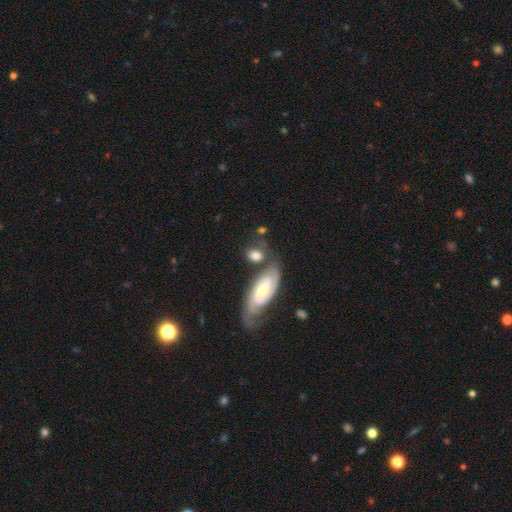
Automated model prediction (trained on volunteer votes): Smooth or featured: smooth — 63% (featured or disk — 30%)
How rounded: in between — 57% (round — 38%)
Merging: none — 53% (merger — 25%)